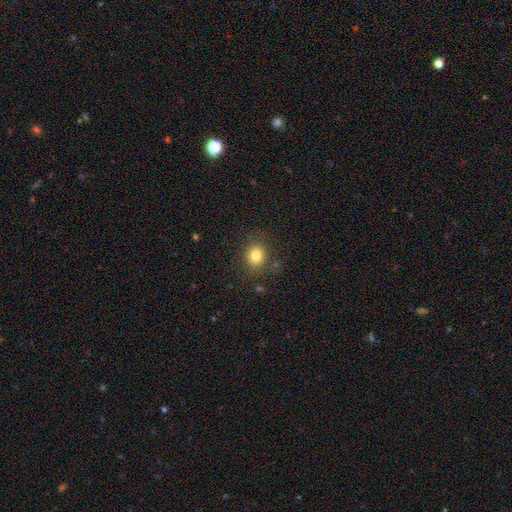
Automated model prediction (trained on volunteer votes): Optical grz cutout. It shows a smooth galaxy with no disk features (80%) that is round (64%). Merging: none (81%).